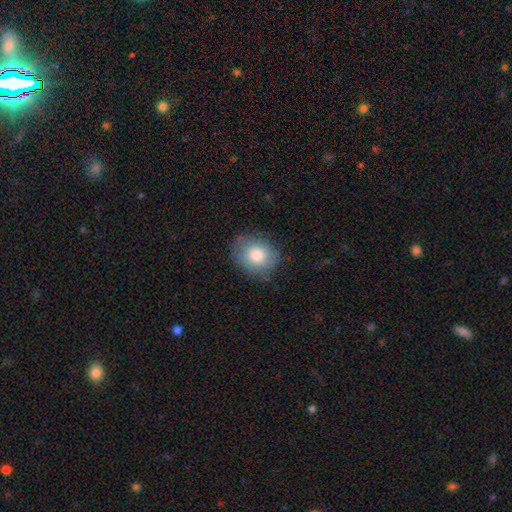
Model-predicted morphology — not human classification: A smooth galaxy with no disk features (77%) that is in between round and cigar-shaped (52%).

Vote fractions:
- Smooth or featured? smooth: 77% / featured or disk: 15% / star or artifact: 8%
- How rounded? in between: 52% / round: 48% / cigar-shaped: 1%
- Merging? none: 76% / minor disturbance: 19% / major disturbance: 5% / merger: 1%